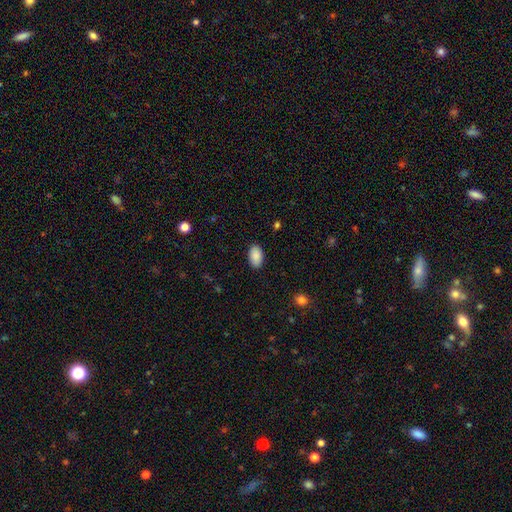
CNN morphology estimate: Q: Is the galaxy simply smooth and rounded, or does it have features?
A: smooth — 89%.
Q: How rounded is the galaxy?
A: in between — 94%.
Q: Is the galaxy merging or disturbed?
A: none — 88%.